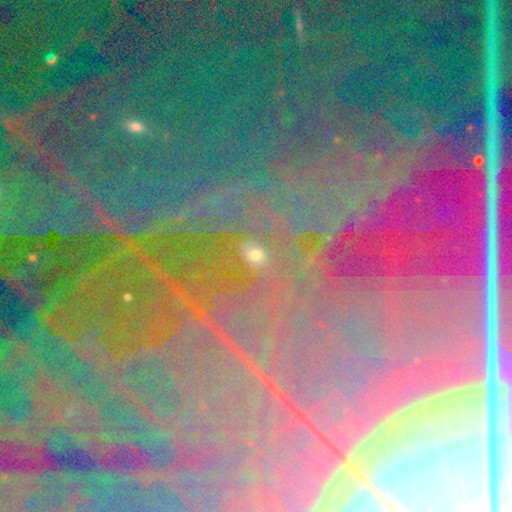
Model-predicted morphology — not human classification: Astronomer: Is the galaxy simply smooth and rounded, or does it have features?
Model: star or artifact — 79%.